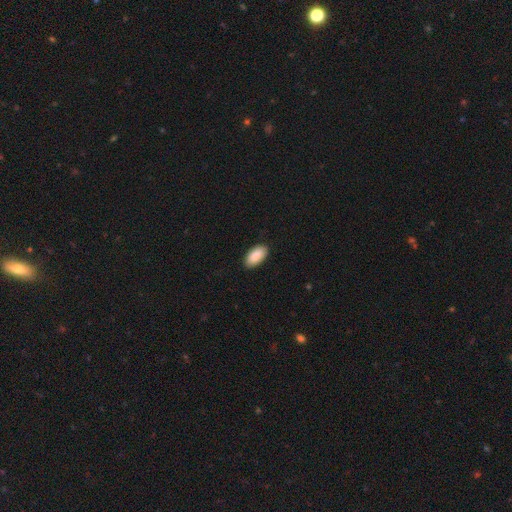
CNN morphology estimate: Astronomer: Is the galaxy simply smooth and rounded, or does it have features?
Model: smooth — 90%.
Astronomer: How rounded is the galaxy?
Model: in between — 95%.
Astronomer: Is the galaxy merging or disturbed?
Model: none — 89%.